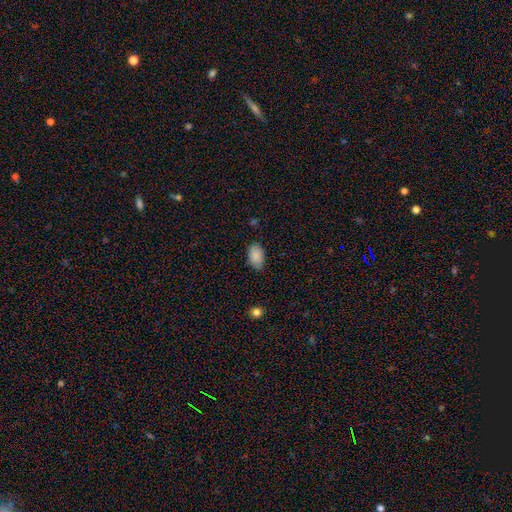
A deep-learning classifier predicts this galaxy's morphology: The model was most divided on "merging": none: 78%, minor disturbance: 18%, major disturbance: 3%, merger: 1%. More confident: how rounded — in between (91%); smooth or featured — smooth (87%).